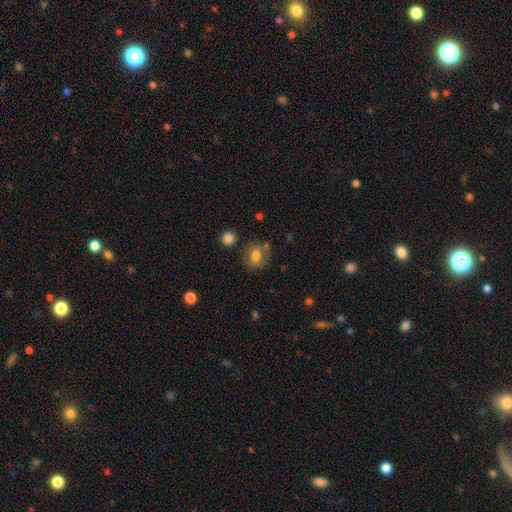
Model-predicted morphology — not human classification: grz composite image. It shows a smooth galaxy with no disk features (72%) that is round (66%). Merging: none (71%).